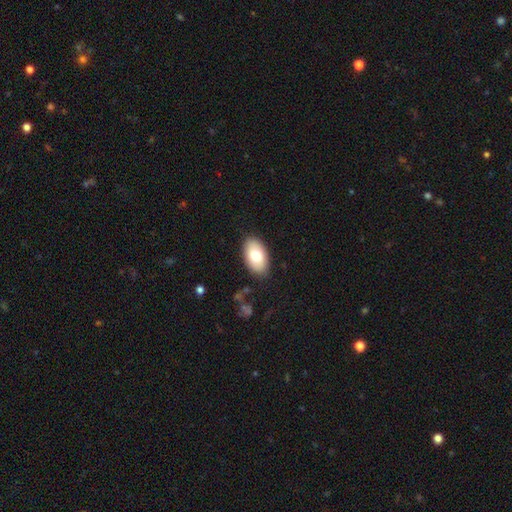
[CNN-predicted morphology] Smooth or featured? Predicted: smooth (p=0.76). How rounded? Predicted: in between (p=0.94). Merging? Predicted: none (p=0.86).